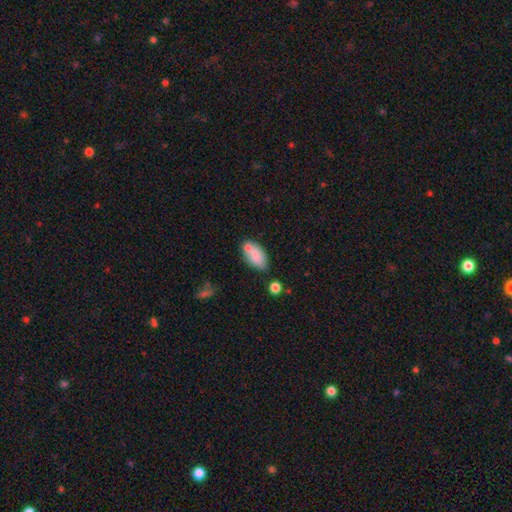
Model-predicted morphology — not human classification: Overall: smooth (79%). How rounded: in between (91%). Merging: none (48%; merger 25%).